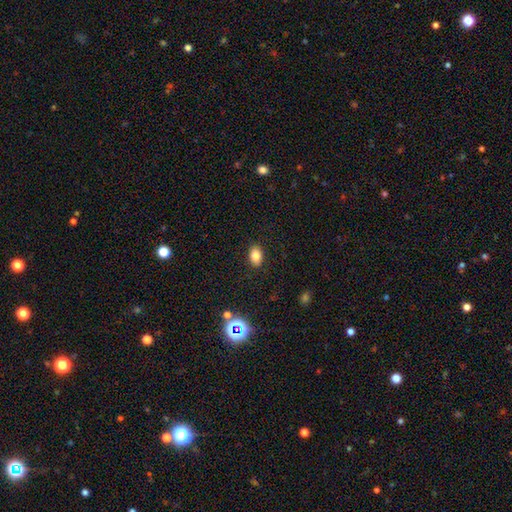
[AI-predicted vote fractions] smooth_or_featured: smooth (p=0.81) [alt: star or artifact p=0.11]
how_rounded: in between (p=0.86) [alt: round p=0.13]
merging: none (p=0.88) [alt: minor disturbance p=0.09]